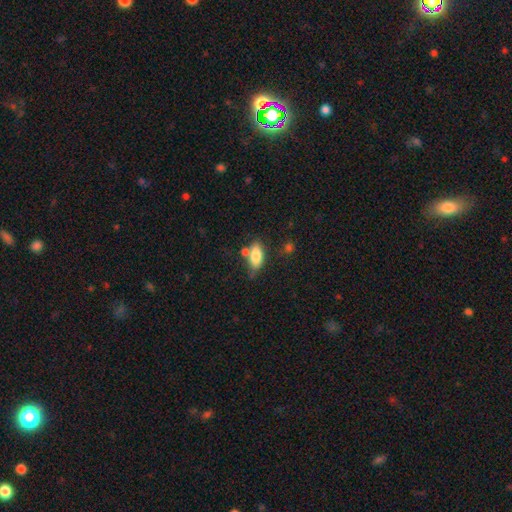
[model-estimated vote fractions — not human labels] Q: Smooth or featured?
A: smooth (79%); runner-up: featured or disk (14%)
Q: How rounded?
A: in between (85%); runner-up: cigar-shaped (11%)
Q: Merging?
A: none (59%); runner-up: minor disturbance (19%)